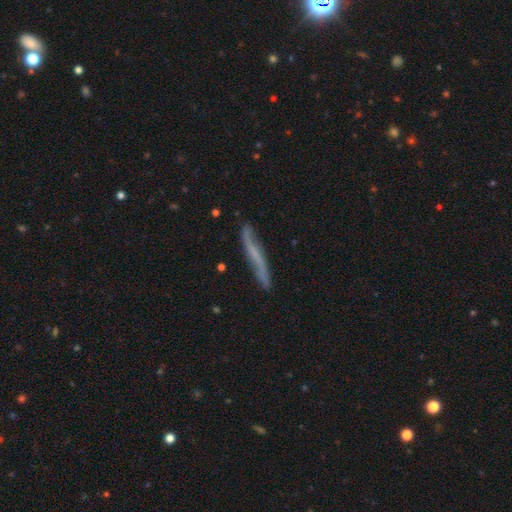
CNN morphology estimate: Smooth or featured? featured or disk (58%)
Edge-on disk? yes (67%)
Merging? none (79%)